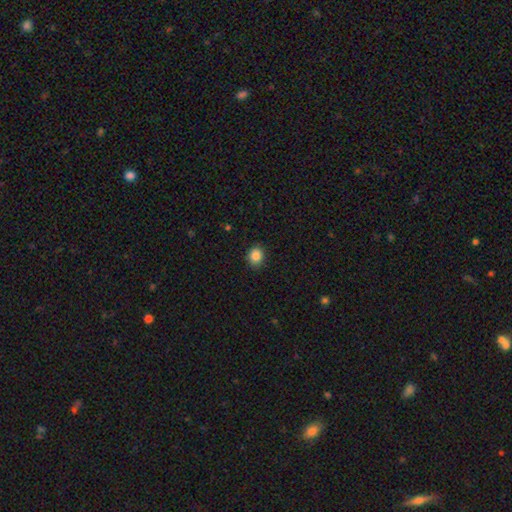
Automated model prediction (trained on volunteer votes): Q: Smooth or featured?
A: smooth (86%); runner-up: star or artifact (10%)
Q: How rounded?
A: round (77%); runner-up: in between (22%)
Q: Merging?
A: none (89%); runner-up: minor disturbance (8%)